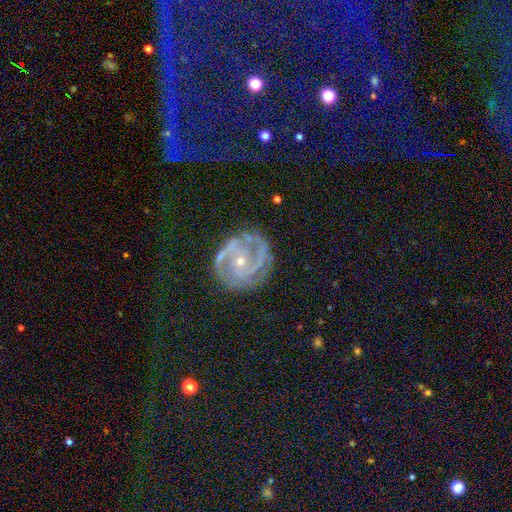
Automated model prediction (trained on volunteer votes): Morphology: type=featured or disk (68%); edge-on=no (96%); bar=no (55%); spiral arms=yes (88%); winding=tight (59%); arm count=2 (61%); bulge=small (68%); merging=none (73%).